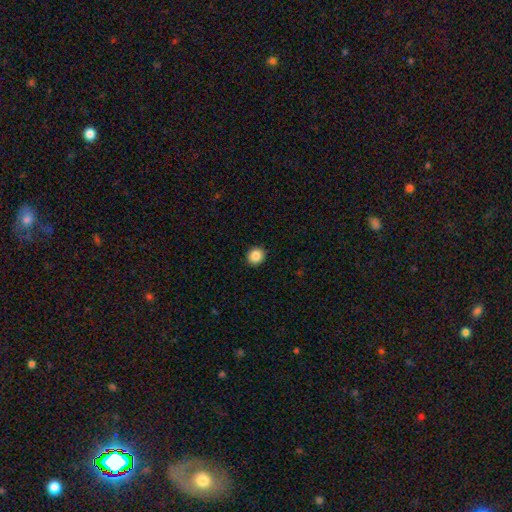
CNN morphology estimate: A smooth galaxy with no disk features (87%) that is round (83%). Merging: none (92%).